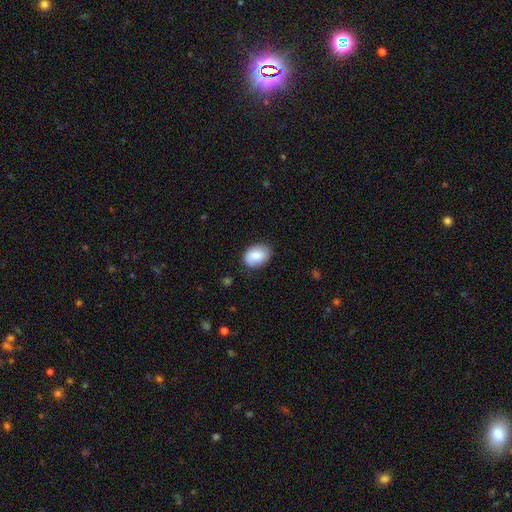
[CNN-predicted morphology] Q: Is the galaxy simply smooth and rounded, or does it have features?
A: smooth — 80%.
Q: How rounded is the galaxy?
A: in between — 77%.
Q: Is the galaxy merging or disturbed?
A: none — 83%.